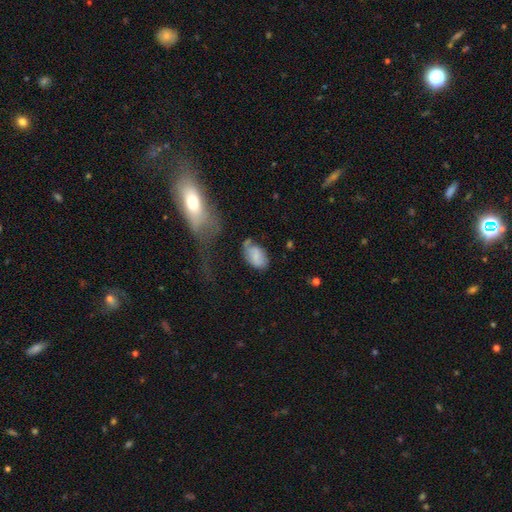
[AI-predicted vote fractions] A smooth galaxy with no disk features (71%) that is in between round and cigar-shaped (91%).

Vote fractions:
- Smooth or featured? smooth: 71% / featured or disk: 21% / star or artifact: 9%
- How rounded? in between: 91% / round: 8% / cigar-shaped: 2%
- Merging? none: 50% / minor disturbance: 28% / major disturbance: 13% / merger: 9%